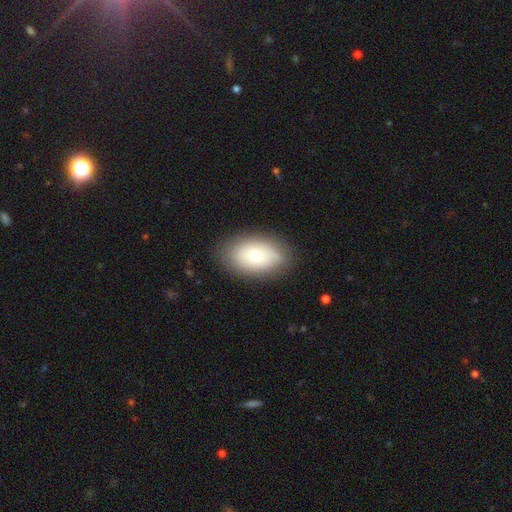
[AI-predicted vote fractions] Smooth or featured? Predicted: smooth (p=0.74). How rounded? Predicted: in between (p=0.91). Merging? Predicted: none (p=0.83).